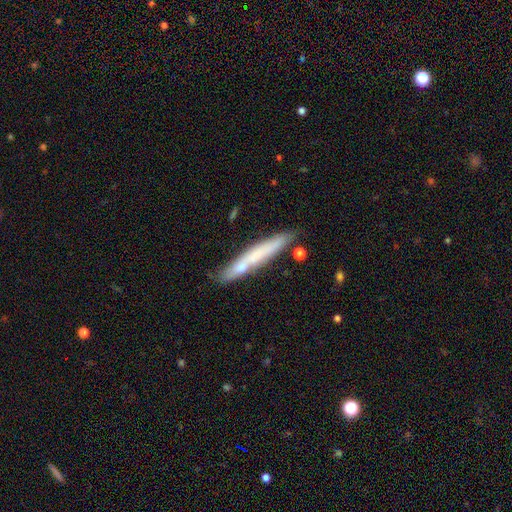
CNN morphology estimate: smooth 56%, featured or disk 36%, star or artifact 7%. Down the decision tree: how rounded — cigar-shaped (94%); merging — none (75%).